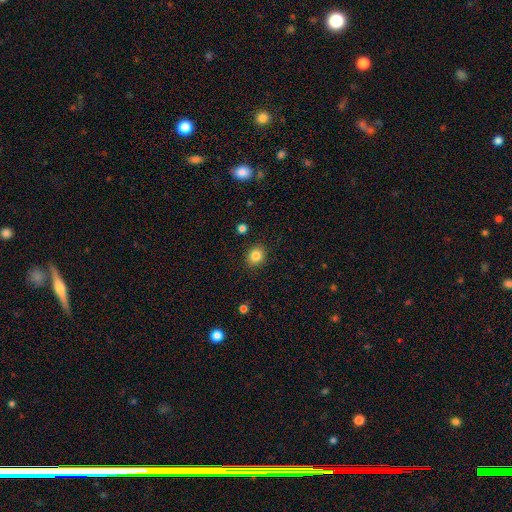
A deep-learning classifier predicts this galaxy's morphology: smooth 84%, star or artifact 10%, featured or disk 5%. Down the decision tree: how rounded — round (70%); merging — none (90%).